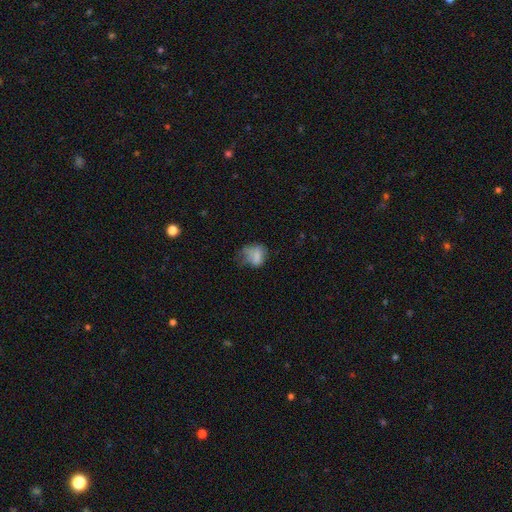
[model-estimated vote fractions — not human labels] Smooth or featured? smooth (67%)
How rounded? in between (61%)
Merging? major disturbance (33%)